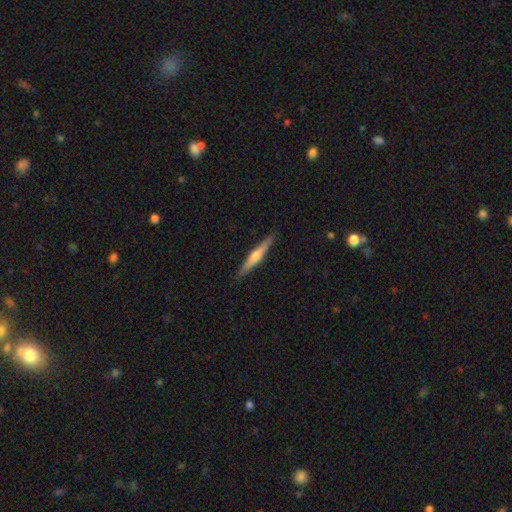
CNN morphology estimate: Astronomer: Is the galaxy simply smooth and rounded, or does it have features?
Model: featured or disk — 61%.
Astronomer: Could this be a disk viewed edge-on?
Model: yes — 97%.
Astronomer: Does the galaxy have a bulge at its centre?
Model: rounded — 86%.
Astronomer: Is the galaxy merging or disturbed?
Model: none — 90%.